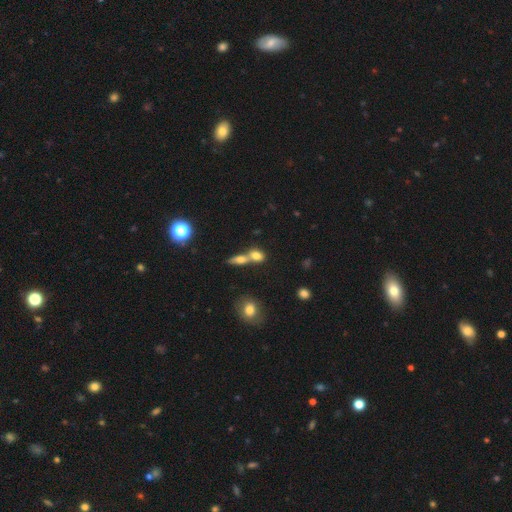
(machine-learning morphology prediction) Smooth or featured?
  - smooth: 73% *
  - featured or disk: 16%
  - star or artifact: 11%
How rounded?
  - in between: 61% *
  - round: 30%
  - cigar-shaped: 9%
Merging?
  - merger: 64% *
  - none: 26%
  - minor disturbance: 7%
  - major disturbance: 4%